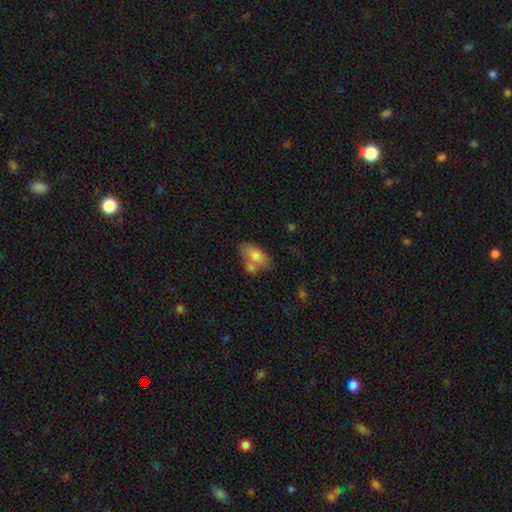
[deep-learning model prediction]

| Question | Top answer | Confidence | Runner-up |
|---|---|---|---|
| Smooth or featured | smooth | 74% | featured or disk (19%) |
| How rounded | in between | 88% | cigar-shaped (7%) |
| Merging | none | 45% | merger (33%) |